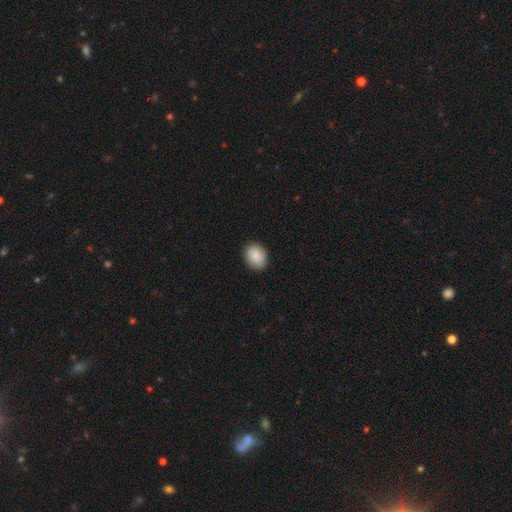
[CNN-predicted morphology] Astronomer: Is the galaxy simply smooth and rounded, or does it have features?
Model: smooth — 89%.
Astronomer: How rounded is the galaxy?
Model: in between — 57% (runner-up: round, 42%).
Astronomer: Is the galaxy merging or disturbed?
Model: none — 89%.